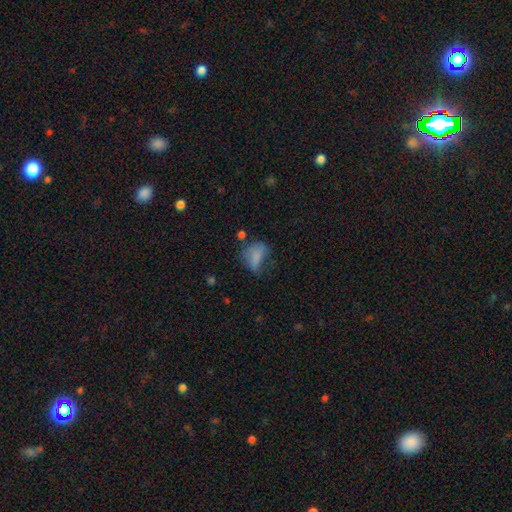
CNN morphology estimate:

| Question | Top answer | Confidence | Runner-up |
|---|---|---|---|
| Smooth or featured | smooth | 71% | featured or disk (16%) |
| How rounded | in between | 76% | round (21%) |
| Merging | none | 34% | major disturbance (31%) |